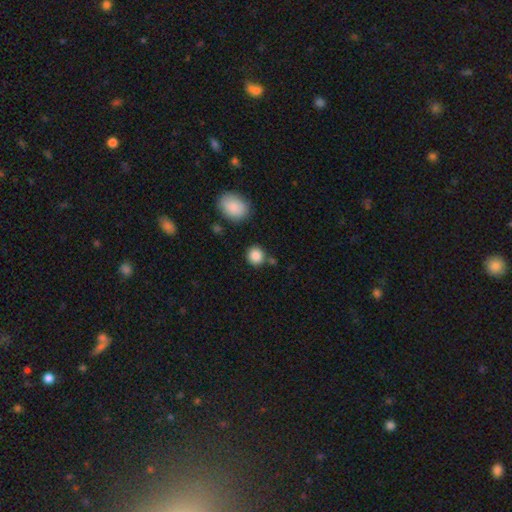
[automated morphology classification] Smooth or featured: smooth — 87% (star or artifact — 9%)
How rounded: round — 86% (in between — 13%)
Merging: none — 80% (minor disturbance — 10%)